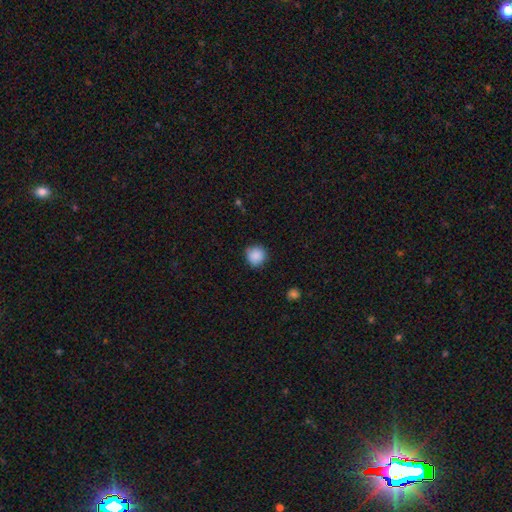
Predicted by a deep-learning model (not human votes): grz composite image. It shows a smooth galaxy with no disk features (88%) that is round (93%). Merging: none (87%).